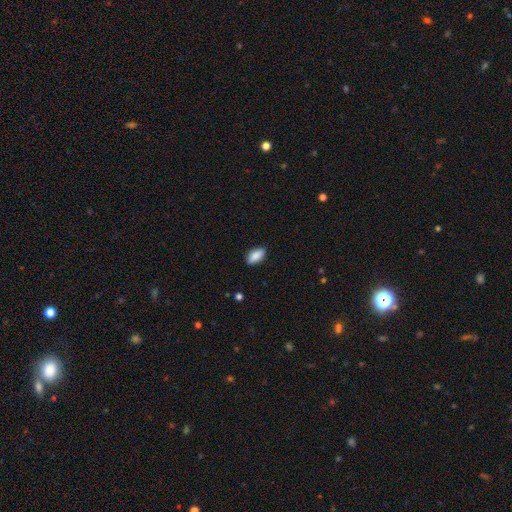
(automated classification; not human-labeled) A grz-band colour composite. It shows a smooth galaxy with no disk features (89%) that is in between round and cigar-shaped (91%). Merging: none (88%).